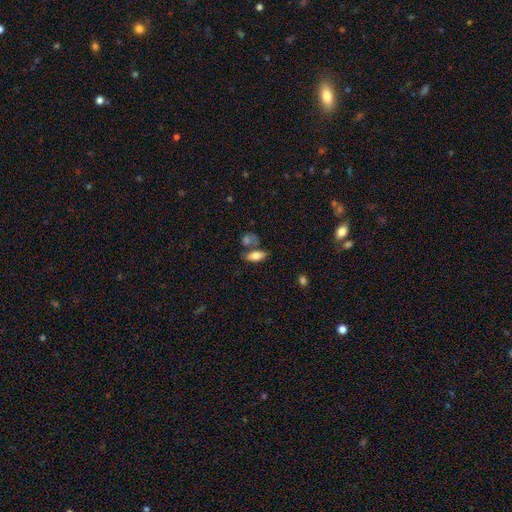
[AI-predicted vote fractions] A smooth galaxy with no disk features (75%) that is in between round and cigar-shaped (79%).

Vote fractions:
- Smooth or featured? smooth: 75% / featured or disk: 17% / star or artifact: 8%
- How rounded? in between: 79% / cigar-shaped: 18% / round: 4%
- Merging? none: 58% / merger: 20% / minor disturbance: 15% / major disturbance: 6%